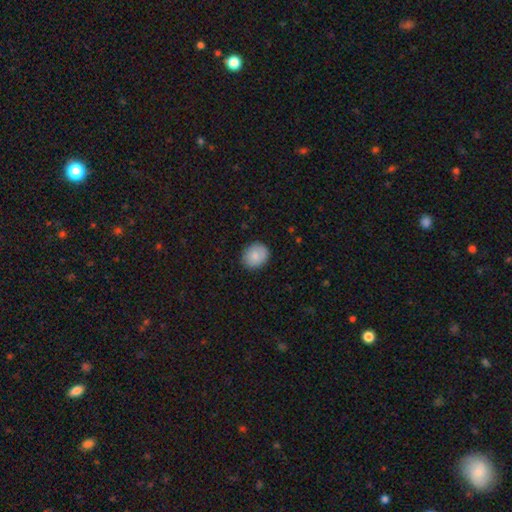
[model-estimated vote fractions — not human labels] Overall: smooth (82%). How rounded: round (65%; in between 34%). Merging: none (85%).